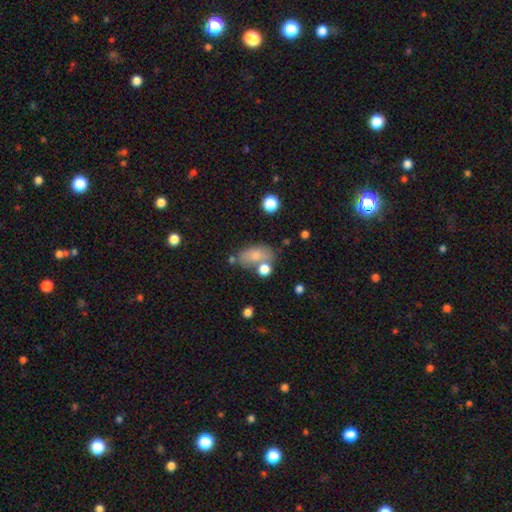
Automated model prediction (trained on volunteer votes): Morphology: type=smooth (72%); roundness=in between (86%); merging=none (52%).